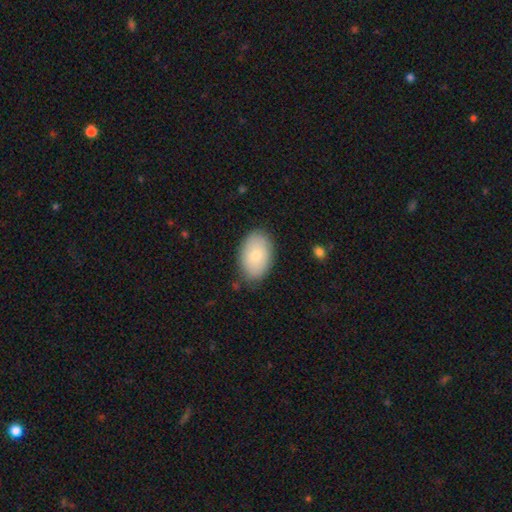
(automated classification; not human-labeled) Smooth or featured?
  - smooth: 76% *
  - featured or disk: 18%
  - star or artifact: 6%
How rounded?
  - in between: 89% *
  - round: 10%
  - cigar-shaped: 1%
Merging?
  - none: 82% *
  - minor disturbance: 14%
  - major disturbance: 3%
  - merger: 1%